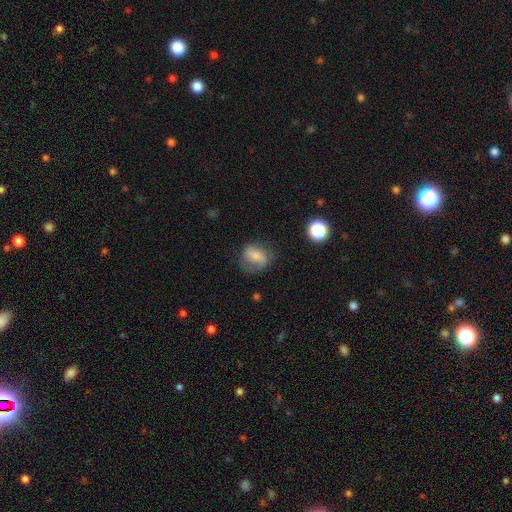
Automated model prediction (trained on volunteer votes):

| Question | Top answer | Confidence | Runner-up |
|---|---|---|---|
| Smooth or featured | smooth | 55% | featured or disk (35%) |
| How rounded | in between | 53% | round (45%) |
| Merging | none | 60% | minor disturbance (25%) |